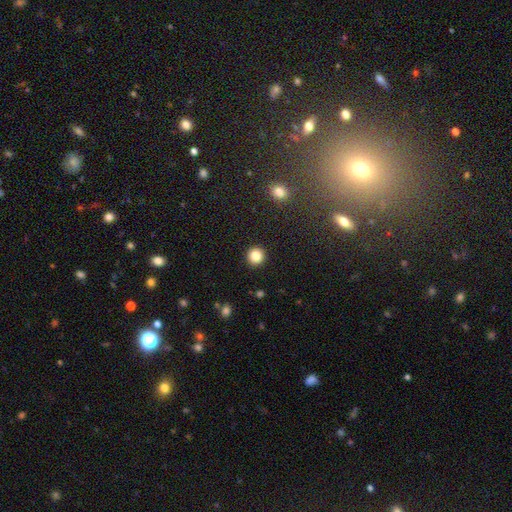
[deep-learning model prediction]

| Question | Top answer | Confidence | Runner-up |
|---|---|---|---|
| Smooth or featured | smooth | 85% | star or artifact (10%) |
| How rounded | round | 94% | in between (5%) |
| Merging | none | 93% | minor disturbance (4%) |